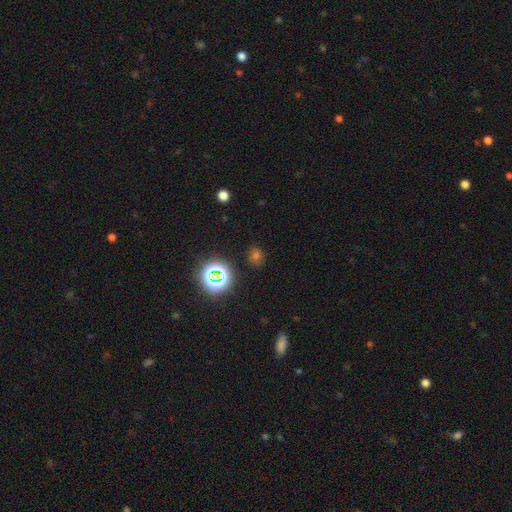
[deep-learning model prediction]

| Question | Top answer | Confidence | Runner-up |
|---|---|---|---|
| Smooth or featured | smooth | 51% | star or artifact (42%) |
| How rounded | round | 73% | in between (26%) |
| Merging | none | 85% | minor disturbance (9%) |